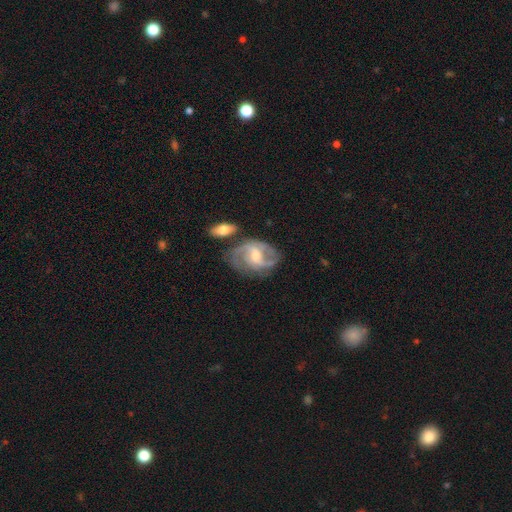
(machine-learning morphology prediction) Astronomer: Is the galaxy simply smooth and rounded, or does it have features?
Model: featured or disk — 83%.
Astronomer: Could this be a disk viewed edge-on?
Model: no — 97%.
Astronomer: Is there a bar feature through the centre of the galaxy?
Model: weak — 49% (runner-up: no, 32%).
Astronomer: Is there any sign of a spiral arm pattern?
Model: yes — 93%.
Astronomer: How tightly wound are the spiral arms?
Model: medium — 50% (runner-up: tight, 27%).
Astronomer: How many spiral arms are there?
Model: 2 — 53%.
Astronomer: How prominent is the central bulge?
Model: moderate — 59% (runner-up: small, 36%).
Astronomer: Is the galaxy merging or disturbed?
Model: none — 61%.